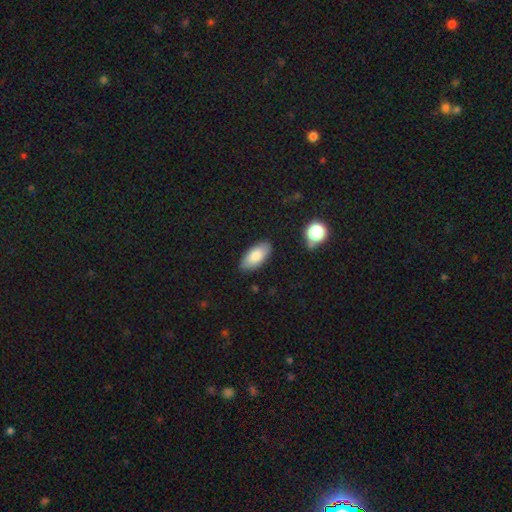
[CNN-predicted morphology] Smooth or featured: smooth — 82% (featured or disk — 11%)
How rounded: in between — 92% (cigar-shaped — 6%)
Merging: none — 85% (minor disturbance — 11%)